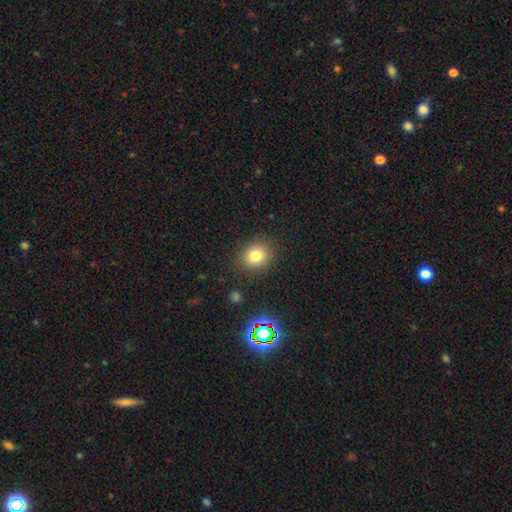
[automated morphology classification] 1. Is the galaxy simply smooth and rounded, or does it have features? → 78% smooth, 14% star or artifact, 8% featured or disk.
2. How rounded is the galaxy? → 73% round, 26% in between, 1% cigar-shaped.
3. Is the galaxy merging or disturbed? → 87% none, 8% minor disturbance, 3% major disturbance, 2% merger.